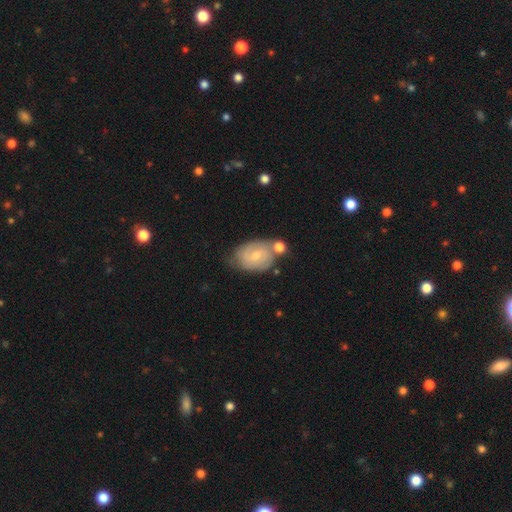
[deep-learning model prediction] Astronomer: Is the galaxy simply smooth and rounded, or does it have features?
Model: featured or disk — 61%.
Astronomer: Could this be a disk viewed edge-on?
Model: no — 96%.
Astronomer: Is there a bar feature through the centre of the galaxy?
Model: no — 57% (runner-up: weak, 38%).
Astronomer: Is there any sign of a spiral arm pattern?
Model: yes — 84%.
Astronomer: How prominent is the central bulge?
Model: small — 57% (runner-up: moderate, 38%).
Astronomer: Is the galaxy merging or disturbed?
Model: none — 49%.